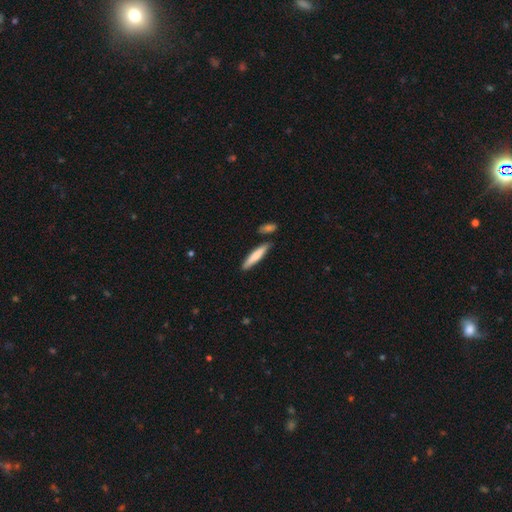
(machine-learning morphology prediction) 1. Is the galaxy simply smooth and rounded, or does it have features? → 75% smooth, 19% featured or disk, 5% star or artifact.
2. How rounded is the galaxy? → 88% cigar-shaped, 11% in between, 1% round.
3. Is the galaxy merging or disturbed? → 81% none, 11% minor disturbance, 6% merger, 2% major disturbance.